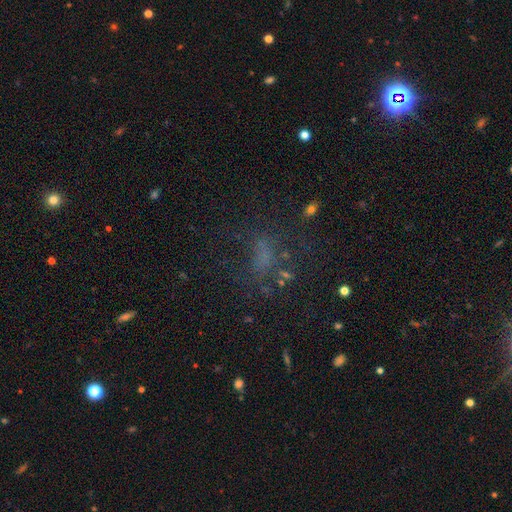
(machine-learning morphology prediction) A star or artifact, not a galaxy (41%).